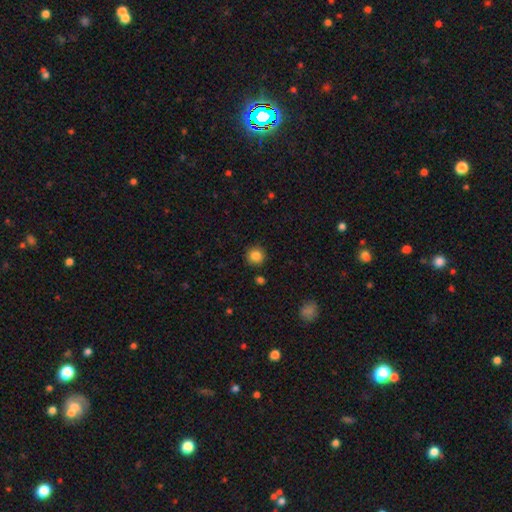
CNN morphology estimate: This appears to be a smooth galaxy with no disk features (85%) that is round (93%). Merging: none (90%).